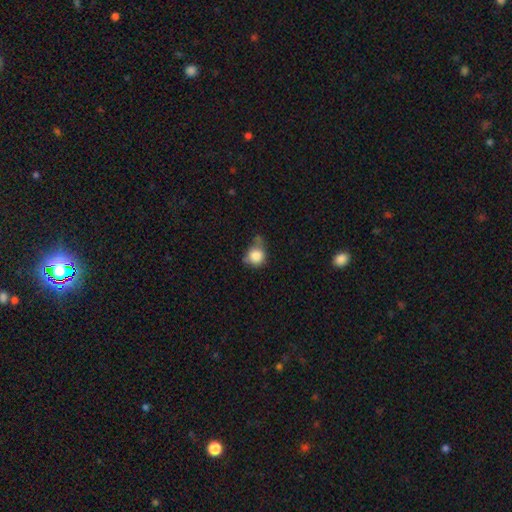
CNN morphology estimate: Smooth or featured: smooth — 82% (star or artifact — 9%)
How rounded: round — 80% (in between — 19%)
Merging: none — 40% (minor disturbance — 32%)